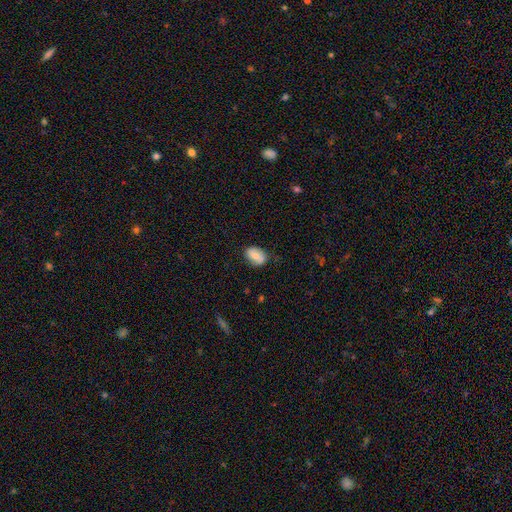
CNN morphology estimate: The model was most divided on "smooth or featured": smooth: 68%, featured or disk: 24%, star or artifact: 8%. More confident: how rounded — in between (84%); merging — none (72%).